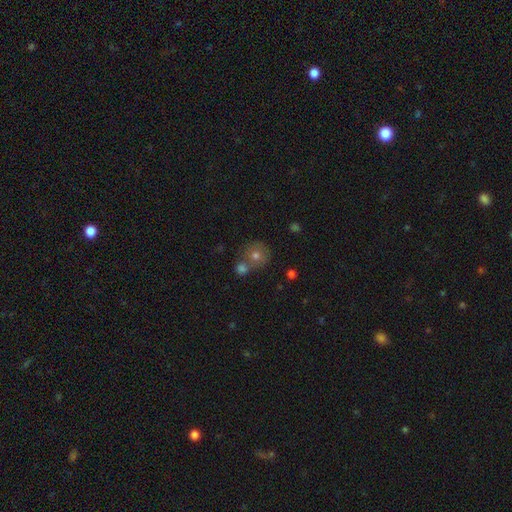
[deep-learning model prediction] smooth-or-featured: smooth: 70% | star or artifact: 15% | featured or disk: 15%
  how-rounded: round: 88% | in between: 11% | cigar-shaped: 1%
  merging: none: 54% | merger: 33% | minor disturbance: 9% | major disturbance: 3%